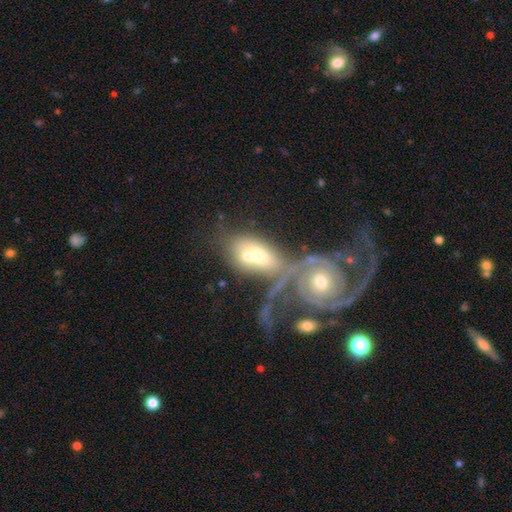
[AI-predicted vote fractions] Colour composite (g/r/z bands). It shows a featured or disk galaxy (50%). Merging: merger (66%).